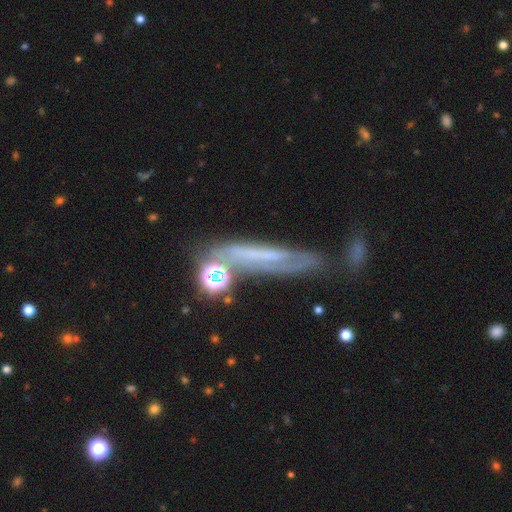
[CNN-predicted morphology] Smooth or featured?
  - featured or disk: 63% *
  - smooth: 24%
  - star or artifact: 13%
Edge-on disk?
  - yes: 58% *
  - no: 42%
Merging?
  - none: 56% *
  - minor disturbance: 21%
  - major disturbance: 12%
  - merger: 11%